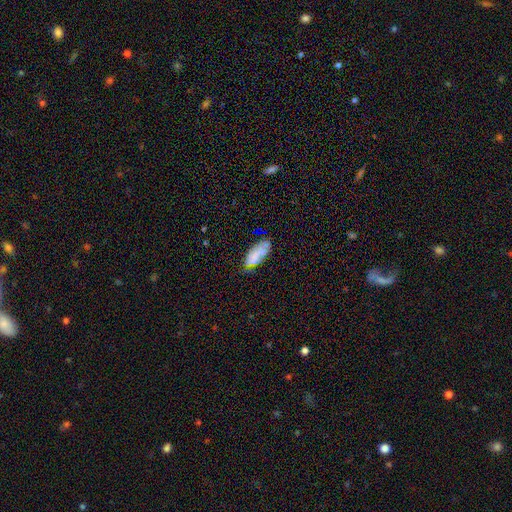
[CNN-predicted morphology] This appears to be a smooth galaxy with no disk features (71%) that is in between round and cigar-shaped (84%). Merging: none (58%).